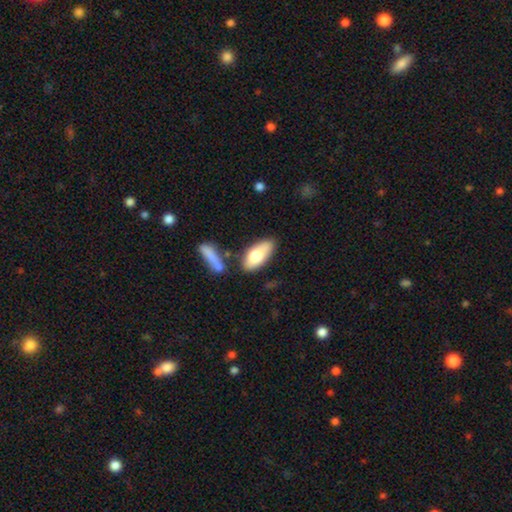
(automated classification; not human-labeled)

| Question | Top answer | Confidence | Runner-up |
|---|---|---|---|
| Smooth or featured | smooth | 71% | featured or disk (23%) |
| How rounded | in between | 86% | cigar-shaped (11%) |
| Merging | none | 70% | minor disturbance (15%) |